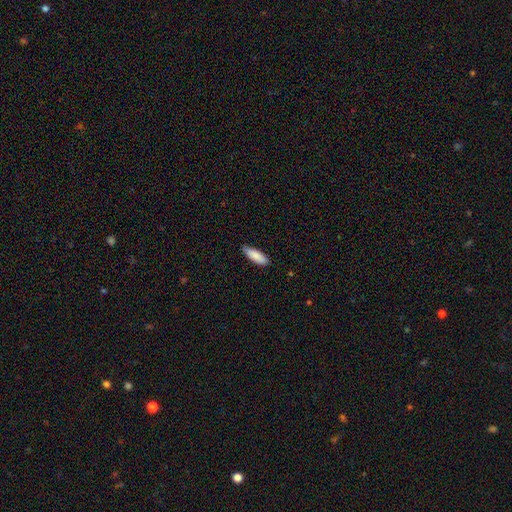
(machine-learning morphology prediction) smooth_or_featured: smooth (p=0.88) [alt: featured or disk p=0.06]
how_rounded: in between (p=0.56) [alt: cigar-shaped p=0.42]
merging: none (p=0.84) [alt: minor disturbance p=0.13]